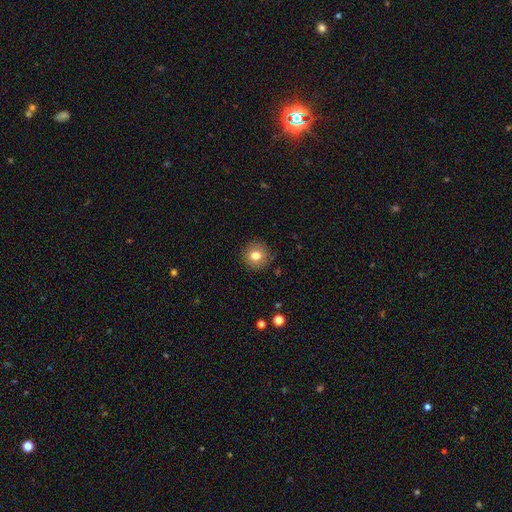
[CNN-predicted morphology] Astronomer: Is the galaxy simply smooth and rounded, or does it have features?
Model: smooth — 79%.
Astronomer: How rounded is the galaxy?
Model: round — 93%.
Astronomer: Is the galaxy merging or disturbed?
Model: none — 89%.